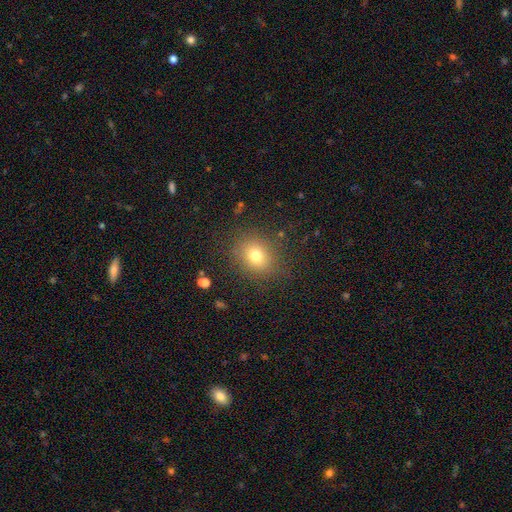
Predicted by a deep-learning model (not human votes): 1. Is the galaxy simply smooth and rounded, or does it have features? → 76% smooth, 14% star or artifact, 10% featured or disk.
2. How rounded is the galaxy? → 67% round, 32% in between, 1% cigar-shaped.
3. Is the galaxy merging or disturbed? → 84% none, 10% minor disturbance, 5% major disturbance, 1% merger.